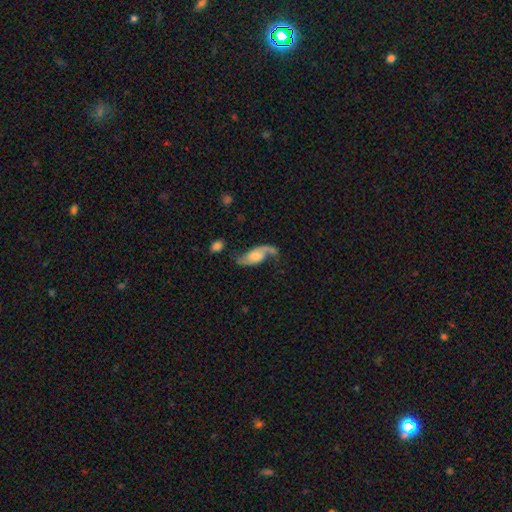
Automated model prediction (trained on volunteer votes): Q: Smooth or featured?
A: featured or disk (75%); runner-up: smooth (18%)
Q: Edge-on disk?
A: no (95%); runner-up: yes (5%)
Q: Bar?
A: no (61%); runner-up: weak (30%)
Q: Spiral arms?
A: yes (93%); runner-up: no (7%)
Q: Spiral winding?
A: loose (69%); runner-up: medium (24%)
Q: Spiral arm count?
A: 2 (81%); runner-up: 1 (14%)
Q: Bulge size?
A: small (40%); runner-up: moderate (34%)
Q: Merging?
A: none (50%); runner-up: minor disturbance (21%)